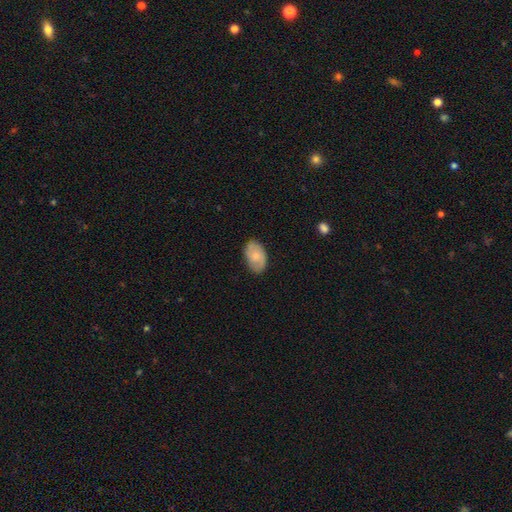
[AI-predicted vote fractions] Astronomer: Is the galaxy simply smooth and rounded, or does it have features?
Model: smooth — 56% (runner-up: featured or disk, 38%).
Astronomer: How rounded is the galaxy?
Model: in between — 90%.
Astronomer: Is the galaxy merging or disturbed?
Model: none — 80%.